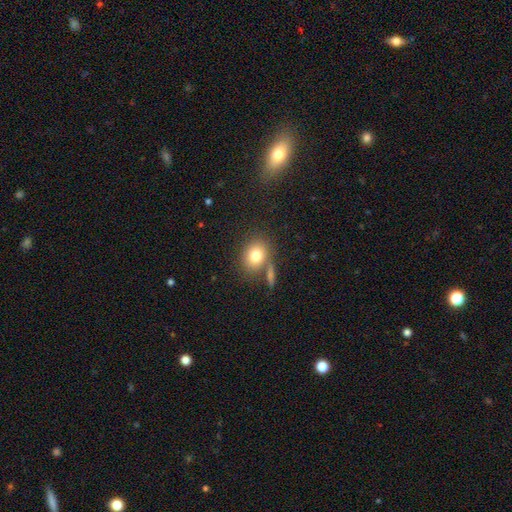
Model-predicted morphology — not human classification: The model was most divided on "how rounded": round: 54%, in between: 45%, cigar-shaped: 1%. More confident: smooth or featured — smooth (79%); merging — none (66%).